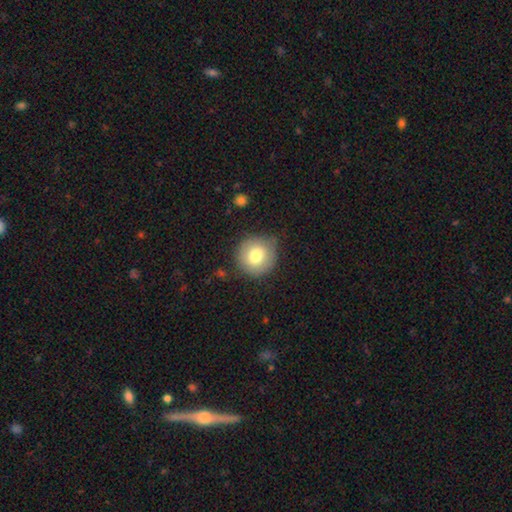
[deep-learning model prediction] Smooth or featured?
  - smooth: 77% *
  - featured or disk: 15%
  - star or artifact: 9%
How rounded?
  - round: 92% *
  - in between: 7%
  - cigar-shaped: 1%
Merging?
  - none: 76% *
  - minor disturbance: 18%
  - major disturbance: 4%
  - merger: 2%